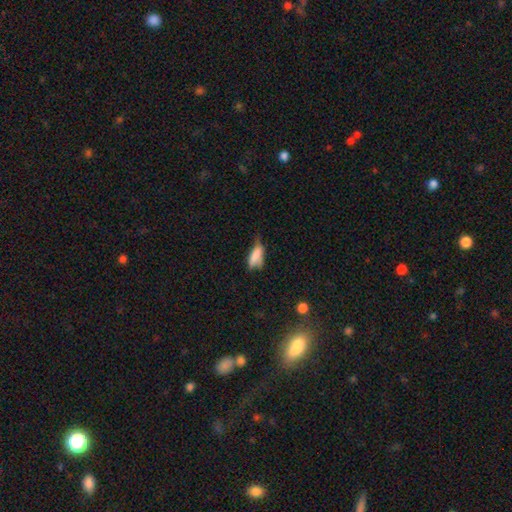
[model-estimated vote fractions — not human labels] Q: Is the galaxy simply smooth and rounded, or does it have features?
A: smooth — 75%.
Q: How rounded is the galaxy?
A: in between — 71%.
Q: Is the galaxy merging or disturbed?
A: minor disturbance — 40%.